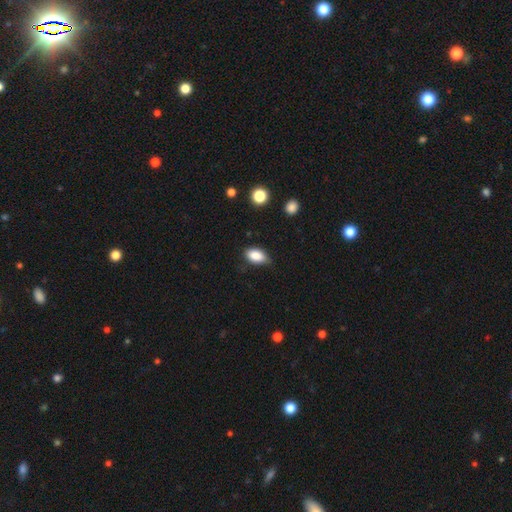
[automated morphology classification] A smooth galaxy with no disk features (86%) that is in between round and cigar-shaped (91%).

Vote fractions:
- Smooth or featured? smooth: 86% / star or artifact: 8% / featured or disk: 6%
- How rounded? in between: 91% / round: 6% / cigar-shaped: 3%
- Merging? none: 67% / minor disturbance: 27% / major disturbance: 4% / merger: 2%